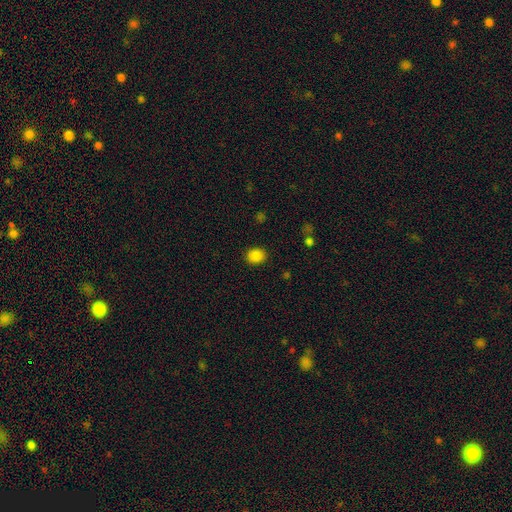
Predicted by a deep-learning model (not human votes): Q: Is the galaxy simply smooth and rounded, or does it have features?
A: smooth — 86%.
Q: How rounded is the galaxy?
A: round — 67%.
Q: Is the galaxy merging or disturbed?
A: none — 89%.